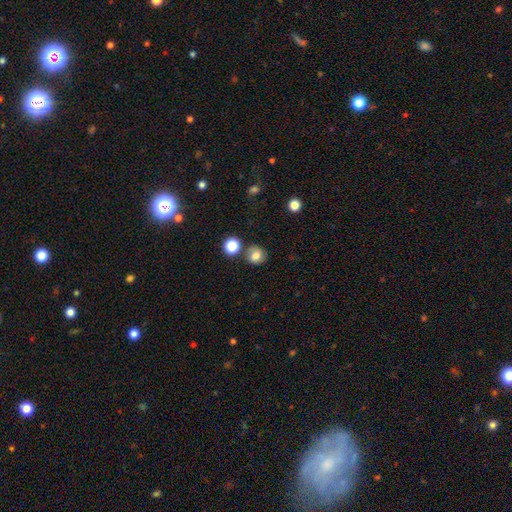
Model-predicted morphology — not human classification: Smooth or featured?
  - smooth: 79% *
  - star or artifact: 12%
  - featured or disk: 10%
How rounded?
  - round: 87% *
  - in between: 13%
  - cigar-shaped: 1%
Merging?
  - none: 75% *
  - minor disturbance: 11%
  - merger: 11%
  - major disturbance: 3%